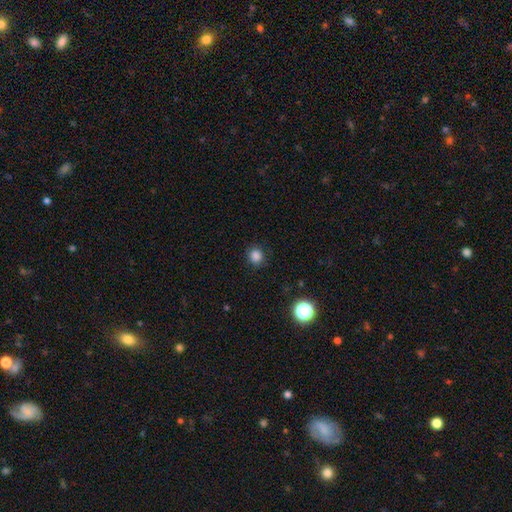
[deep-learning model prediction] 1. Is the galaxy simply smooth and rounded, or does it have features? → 84% smooth, 13% star or artifact, 3% featured or disk.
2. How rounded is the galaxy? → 87% round, 12% in between, 1% cigar-shaped.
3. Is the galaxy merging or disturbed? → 88% none, 8% minor disturbance, 3% major disturbance, 1% merger.